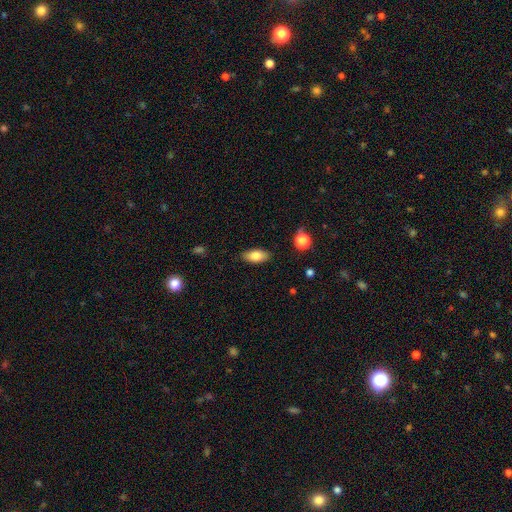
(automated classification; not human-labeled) smooth_or_featured: smooth (p=0.80) [alt: featured or disk p=0.12]
how_rounded: in between (p=0.88) [alt: cigar-shaped p=0.08]
merging: none (p=0.87) [alt: minor disturbance p=0.09]